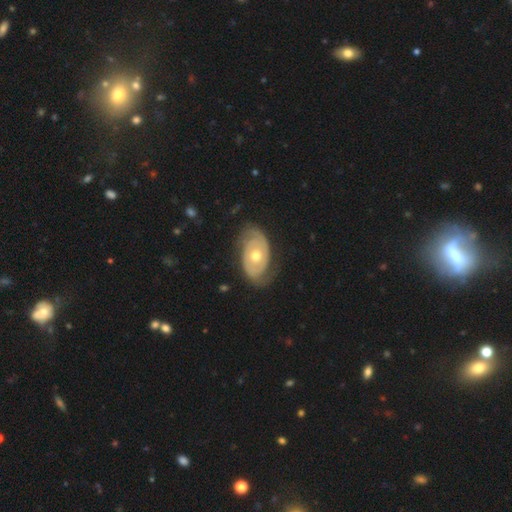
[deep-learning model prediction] smooth-or-featured: featured or disk: 75% | smooth: 20% | star or artifact: 4%
  disk-edge-on: no: 94% | yes: 6%
    bar: no: 85% | weak: 12% | strong: 3%
    has-spiral-arms: yes: 73% | no: 27%
      spiral-winding: tight: 62% | medium: 25% | loose: 13%
      spiral-arm-count: 2: 63% | can't tell: 23% | 1: 6% | 3: 4% | 4: 2% | more than 4: 2%
    bulge-size: moderate: 79% | small: 14% | large: 6% | dominant: 1% | none: 1%
  merging: none: 72% | minor disturbance: 20% | major disturbance: 8% | merger: 1%